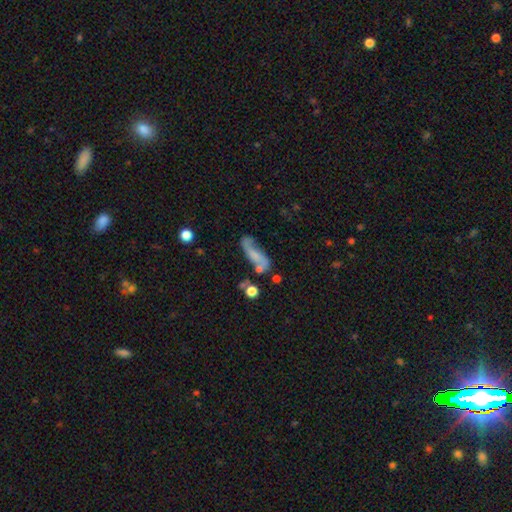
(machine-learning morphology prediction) Overall: featured or disk (51%; smooth 39%). Edge-on disk: no (85%). Merging: none (54%; minor disturbance 23%).